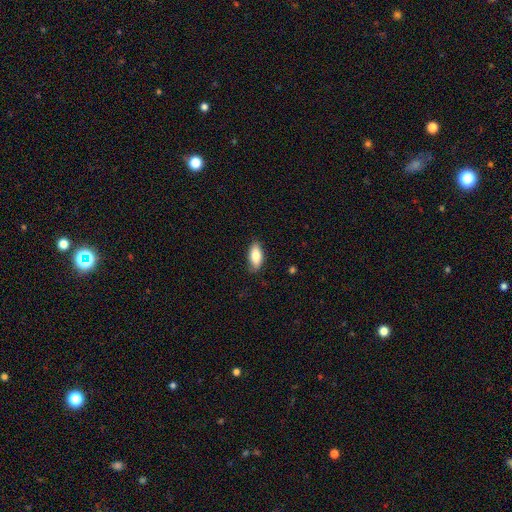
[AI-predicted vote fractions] This is clearly a smooth galaxy (83%). How rounded: clearly in between (85%). Merging: clearly none (83%).